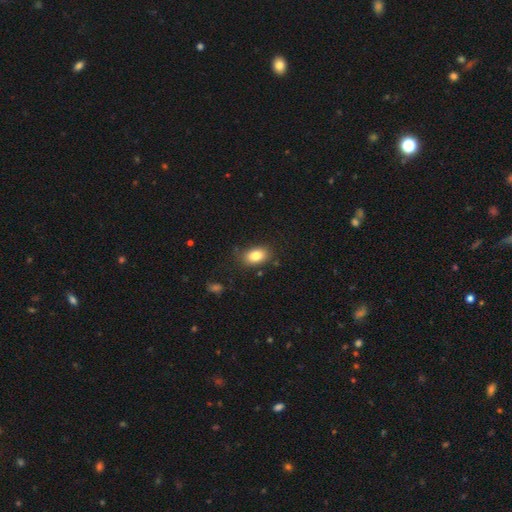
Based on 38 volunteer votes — Overall: smooth (84%). How rounded: in between (84%). Merging: none (86%).